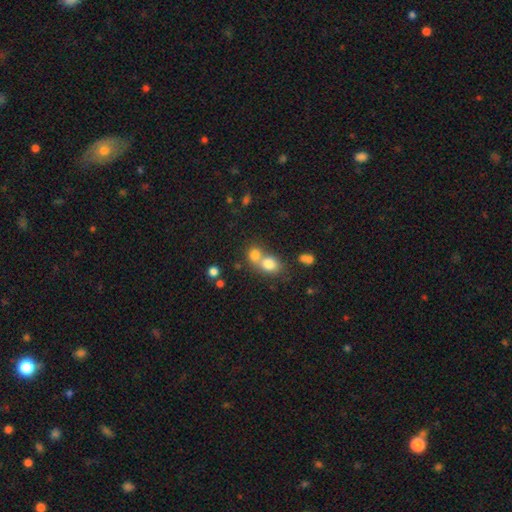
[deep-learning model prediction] Smooth or featured: smooth — 75% (star or artifact — 13%)
How rounded: round — 68% (in between — 31%)
Merging: merger — 62% (none — 31%)